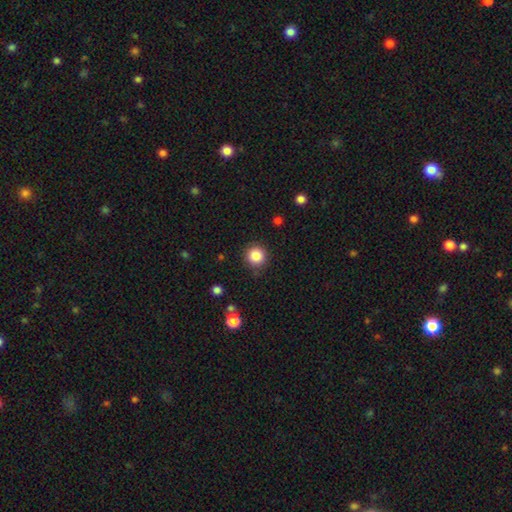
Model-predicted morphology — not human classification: Smooth or featured? Predicted: smooth (p=0.86). How rounded? Predicted: round (p=0.94). Merging? Predicted: none (p=0.88).